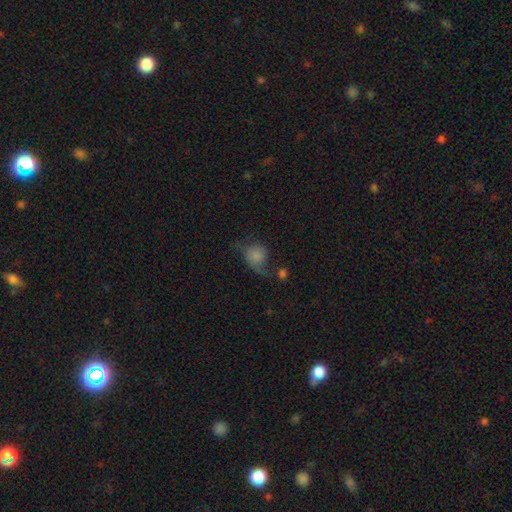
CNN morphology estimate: Q: Smooth or featured?
A: smooth (59%); runner-up: featured or disk (30%)
Q: How rounded?
A: round (68%); runner-up: in between (31%)
Q: Merging?
A: major disturbance (36%); runner-up: none (30%)